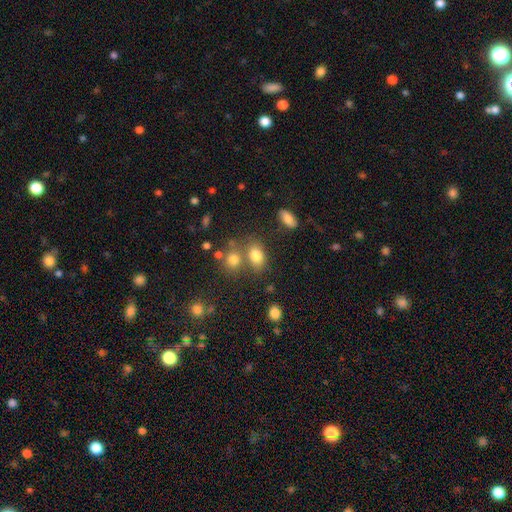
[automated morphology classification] smooth_or_featured: smooth (p=0.78) [alt: star or artifact p=0.12]
how_rounded: in between (p=0.70) [alt: round p=0.28]
merging: none (p=0.55) [alt: merger p=0.25]